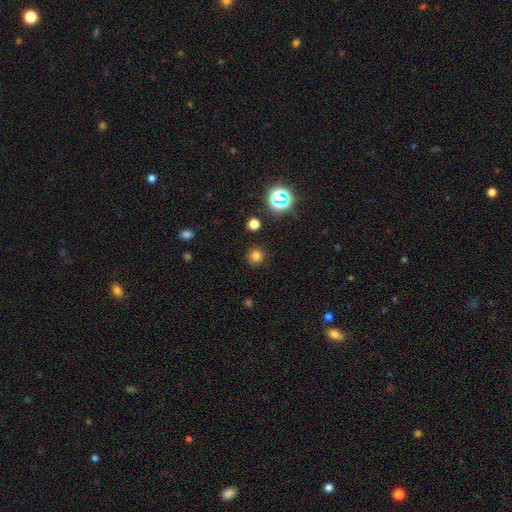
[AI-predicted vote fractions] Q: Smooth or featured?
A: smooth (75%); runner-up: star or artifact (20%)
Q: How rounded?
A: round (93%); runner-up: in between (6%)
Q: Merging?
A: none (89%); runner-up: minor disturbance (7%)